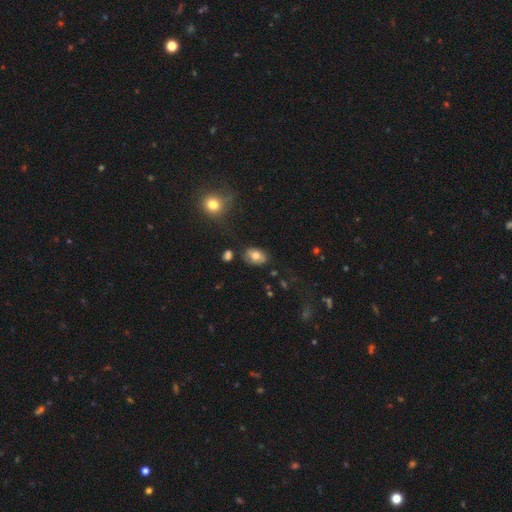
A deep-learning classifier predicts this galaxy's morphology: smooth-or-featured: smooth: 74% | featured or disk: 17% | star or artifact: 9%
  how-rounded: in between: 81% | round: 18% | cigar-shaped: 1%
  merging: none: 77% | minor disturbance: 15% | major disturbance: 4% | merger: 3%